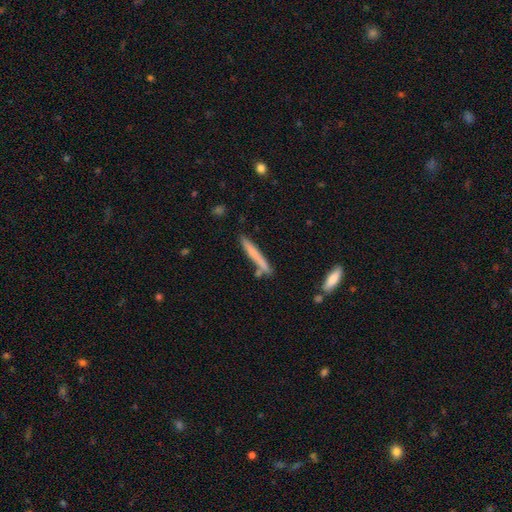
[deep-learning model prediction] A smooth galaxy with no disk features (65%) that is cigar-shaped (96%).

Vote fractions:
- Smooth or featured? smooth: 65% / featured or disk: 28% / star or artifact: 7%
- How rounded? cigar-shaped: 96% / in between: 3% / round: 1%
- Merging? none: 80% / minor disturbance: 12% / merger: 6% / major disturbance: 2%